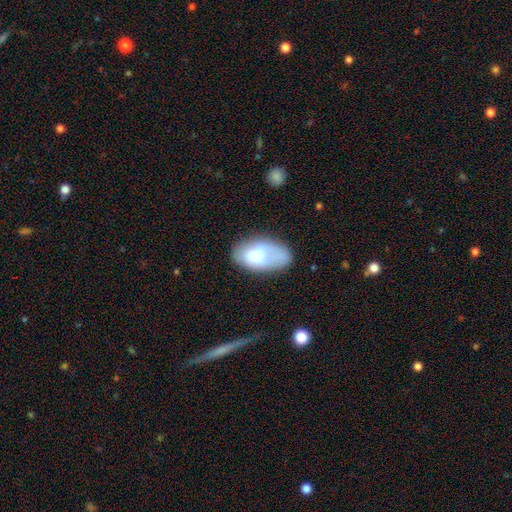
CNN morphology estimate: Q: Smooth or featured?
A: smooth (72%); runner-up: featured or disk (21%)
Q: How rounded?
A: in between (94%); runner-up: round (5%)
Q: Merging?
A: none (49%); runner-up: minor disturbance (30%)